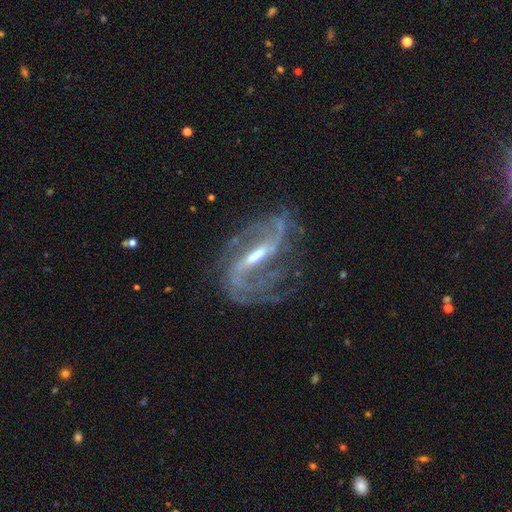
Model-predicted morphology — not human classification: type=featured or disk (87%); edge-on=no (89%); bar=strong (65%); spiral arms=yes (94%); winding=loose (46%); arm count=2 (79%); bulge=small (55%); merging=none (68%).